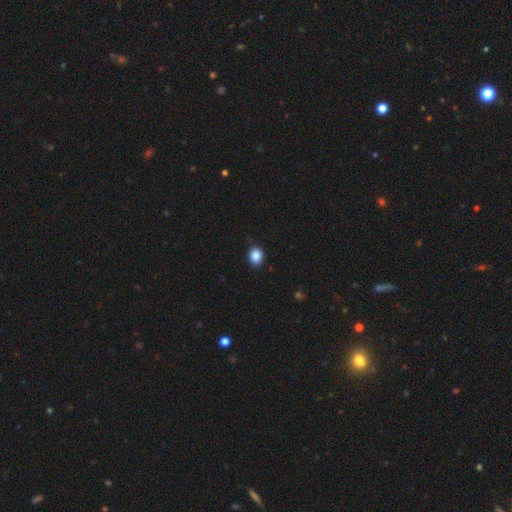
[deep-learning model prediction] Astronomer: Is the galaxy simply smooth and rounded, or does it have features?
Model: smooth — 87%.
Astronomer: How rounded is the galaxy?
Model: round — 65%.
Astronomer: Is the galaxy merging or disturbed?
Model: none — 84%.